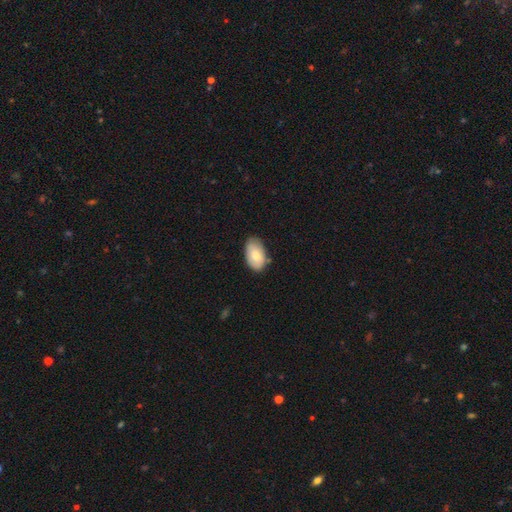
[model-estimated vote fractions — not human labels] Smooth or featured: smooth — 79% (featured or disk — 15%)
How rounded: in between — 93% (round — 5%)
Merging: none — 73% (minor disturbance — 22%)